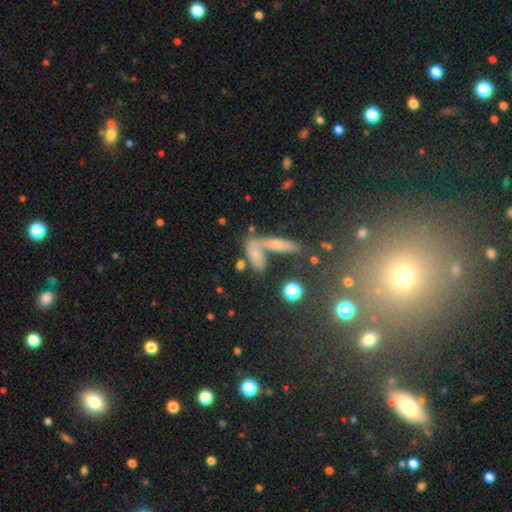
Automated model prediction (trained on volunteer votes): Morphology: type=smooth (63%); roundness=in between (61%); merging=merger (50%).